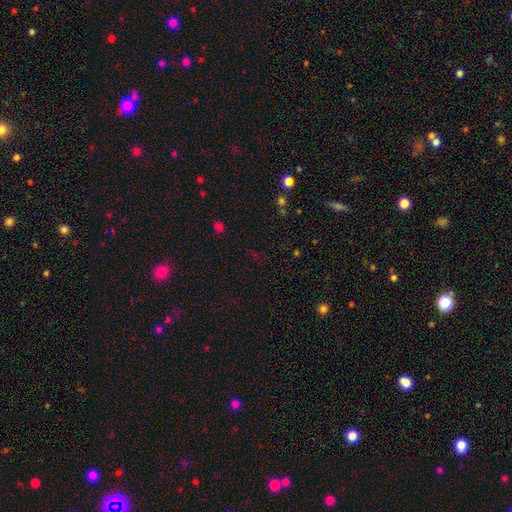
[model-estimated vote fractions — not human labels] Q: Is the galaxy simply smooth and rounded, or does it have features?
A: star or artifact — 63%.